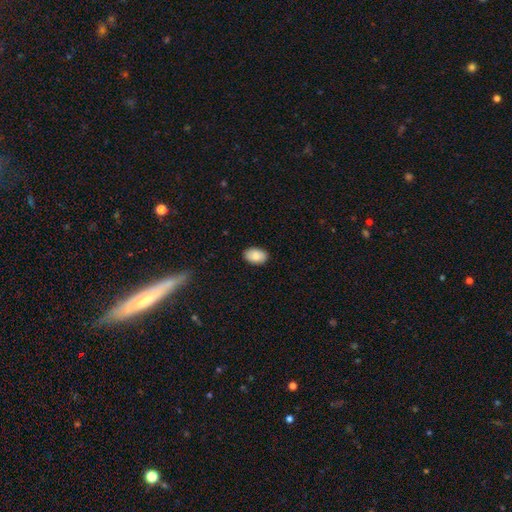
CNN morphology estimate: Smooth or featured?
  - smooth: 88% *
  - star or artifact: 7%
  - featured or disk: 5%
How rounded?
  - in between: 91% *
  - round: 8%
  - cigar-shaped: 1%
Merging?
  - none: 89% *
  - minor disturbance: 9%
  - major disturbance: 2%
  - merger: 1%